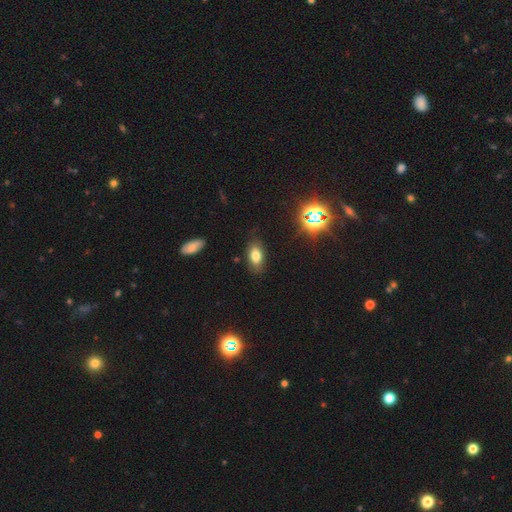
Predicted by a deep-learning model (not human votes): A smooth galaxy with no disk features (75%) that is in between round and cigar-shaped (89%). Merging: none (82%).